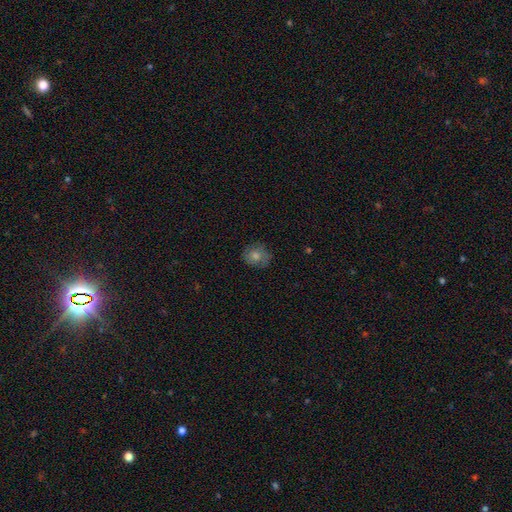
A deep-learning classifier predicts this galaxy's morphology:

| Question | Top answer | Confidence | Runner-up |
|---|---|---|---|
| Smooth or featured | smooth | 61% | featured or disk (24%) |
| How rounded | round | 72% | in between (27%) |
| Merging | none | 81% | minor disturbance (14%) |